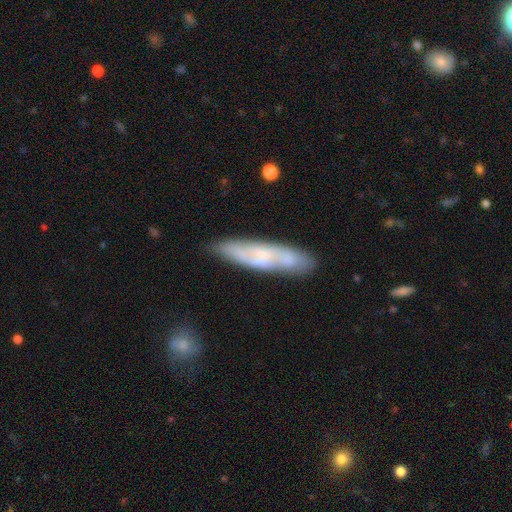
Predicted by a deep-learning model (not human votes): Morphology: type=featured or disk (48%); merging=none (76%).